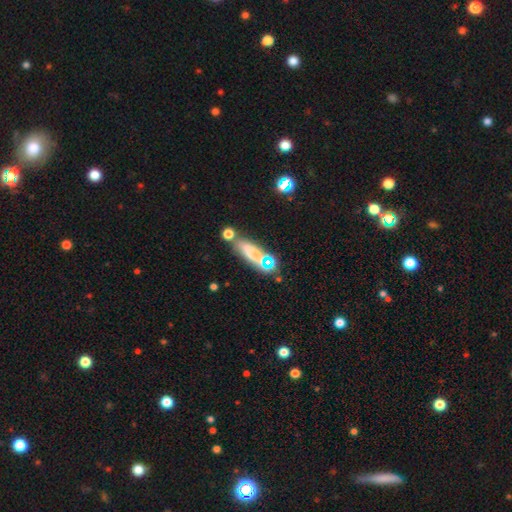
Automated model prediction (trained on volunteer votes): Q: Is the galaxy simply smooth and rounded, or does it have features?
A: smooth — 56%.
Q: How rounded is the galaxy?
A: cigar-shaped — 60%.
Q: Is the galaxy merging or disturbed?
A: none — 56%.